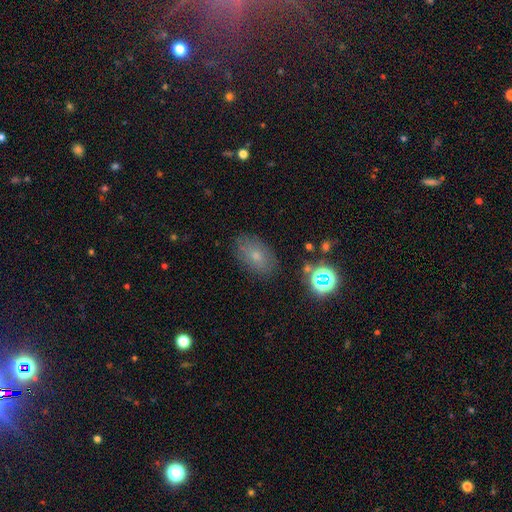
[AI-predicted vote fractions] smooth 69%, featured or disk 16%, star or artifact 15%. Down the decision tree: how rounded — in between (86%); merging — none (81%).